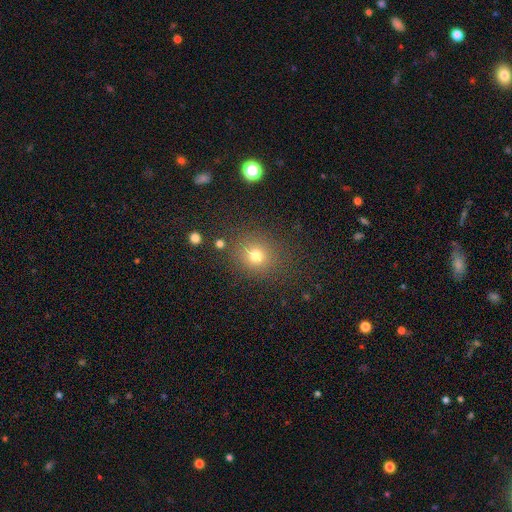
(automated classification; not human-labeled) This is likely a smooth galaxy (74%). How rounded: clearly round (81%). Merging: clearly none (82%).